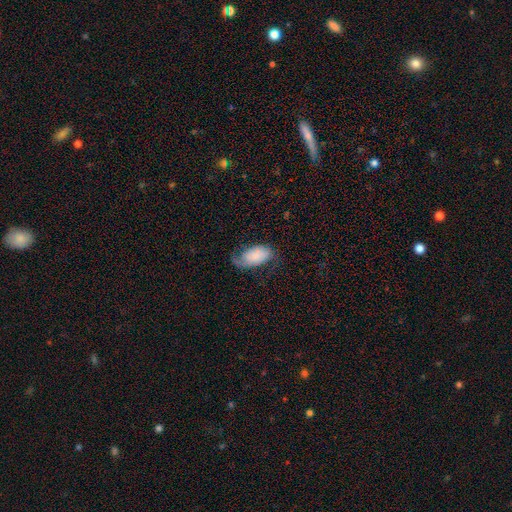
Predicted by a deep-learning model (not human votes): Smooth or featured? Predicted: smooth (p=0.61). How rounded? Predicted: in between (p=0.95). Merging? Predicted: none (p=0.42).